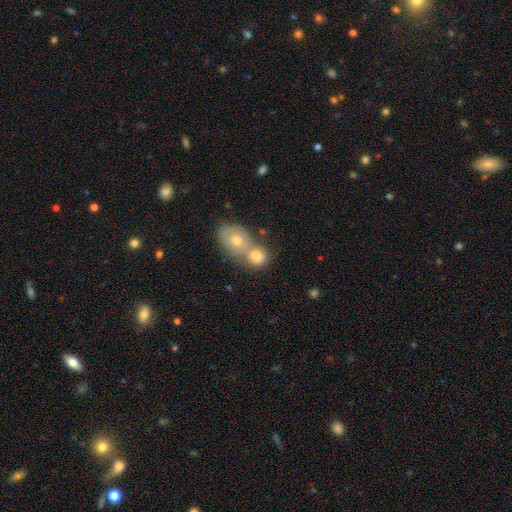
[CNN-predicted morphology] The model was most divided on "merging": merger: 60%, none: 30%, minor disturbance: 7%, major disturbance: 3%. More confident: smooth or featured — smooth (71%); how rounded — round (65%).